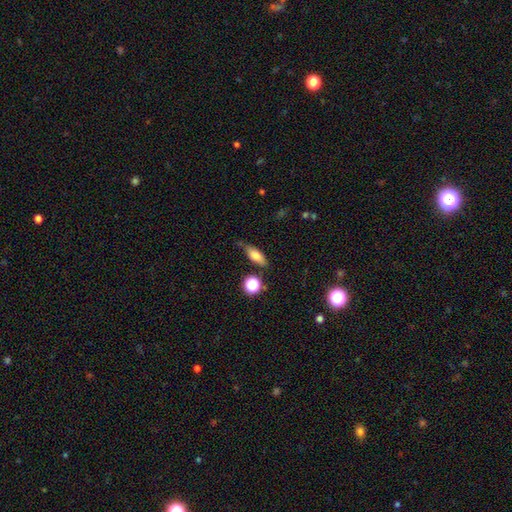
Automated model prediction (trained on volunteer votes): smooth 74%, featured or disk 15%, star or artifact 10%. Down the decision tree: how rounded — in between (70%); merging — none (70%).